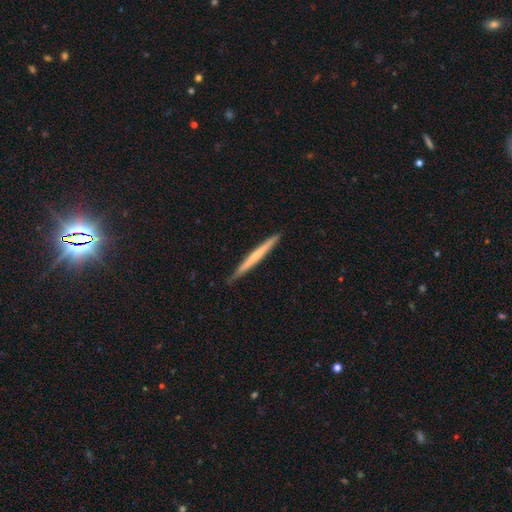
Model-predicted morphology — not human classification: type=smooth (48%); merging=none (90%).